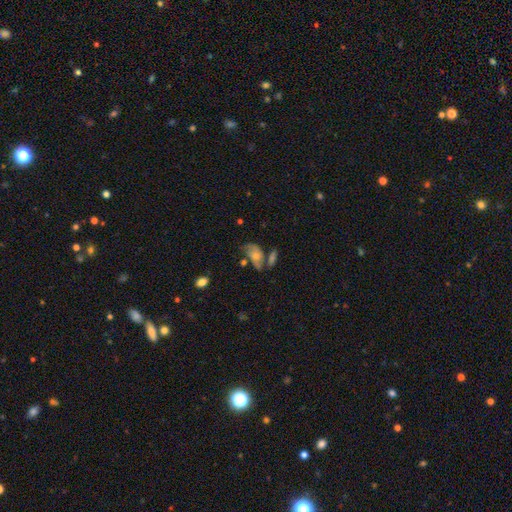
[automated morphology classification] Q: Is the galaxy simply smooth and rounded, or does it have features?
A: smooth — 46%.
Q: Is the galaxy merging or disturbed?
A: none — 34%.